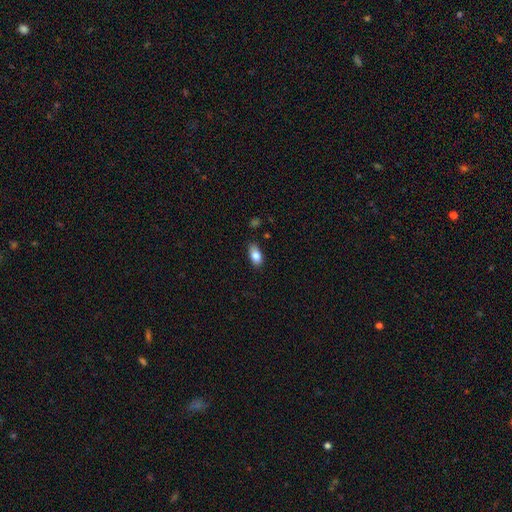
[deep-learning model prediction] Morphology: type=smooth (84%); roundness=in between (91%); merging=none (80%).